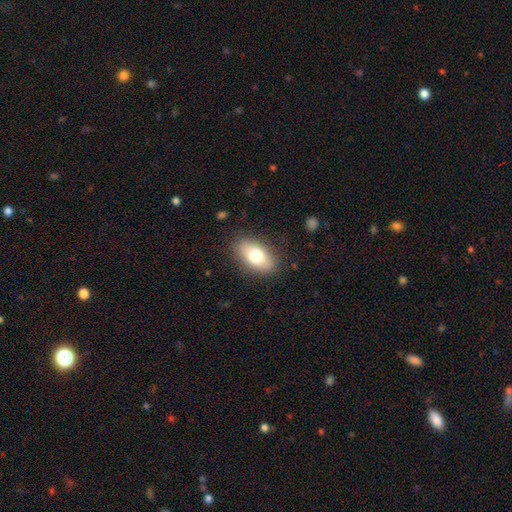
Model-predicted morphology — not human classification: The model was most divided on "smooth or featured": smooth: 74%, featured or disk: 18%, star or artifact: 7%. More confident: how rounded — in between (89%); merging — none (84%).